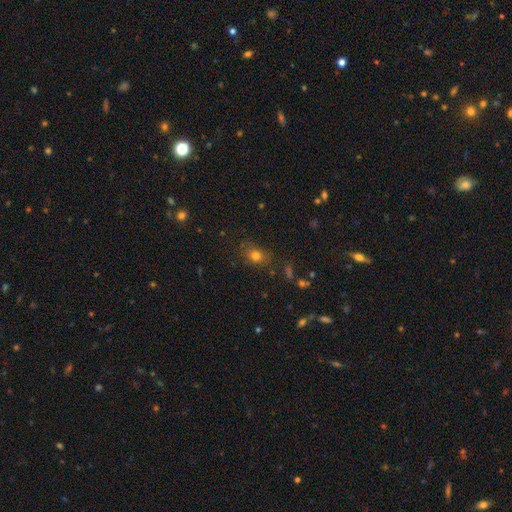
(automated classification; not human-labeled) Smooth or featured?
  - smooth: 76% *
  - star or artifact: 15%
  - featured or disk: 9%
How rounded?
  - in between: 57% *
  - round: 41%
  - cigar-shaped: 2%
Merging?
  - none: 76% *
  - minor disturbance: 16%
  - major disturbance: 5%
  - merger: 2%